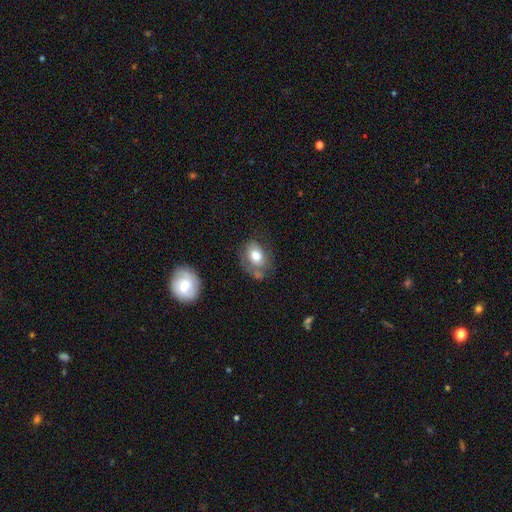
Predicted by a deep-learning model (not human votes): Smooth or featured? smooth (71%)
How rounded? in between (70%)
Merging? none (47%)